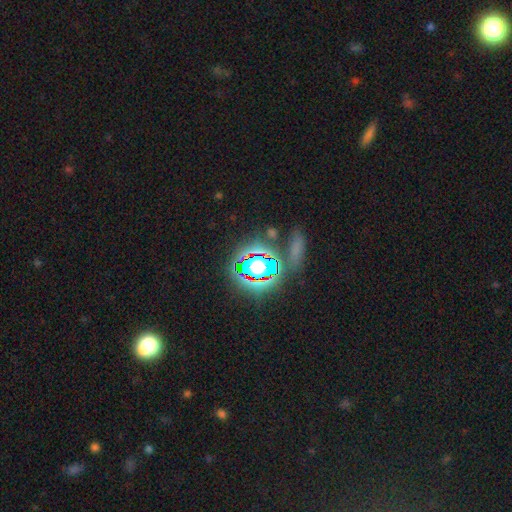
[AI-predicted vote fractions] Smooth or featured? Predicted: star or artifact (p=0.80).